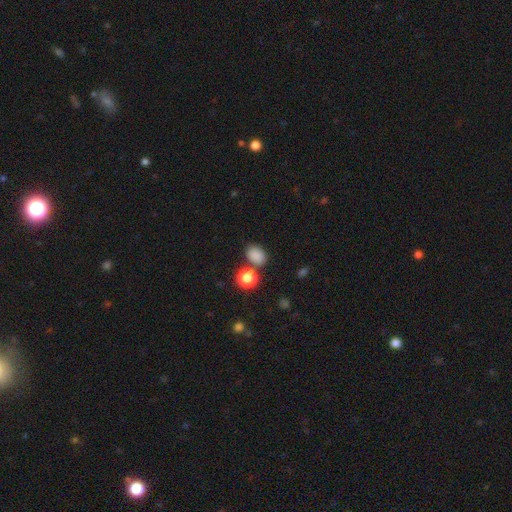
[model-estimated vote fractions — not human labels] Smooth or featured: smooth — 84% (star or artifact — 12%)
How rounded: in between — 65% (round — 34%)
Merging: none — 71% (merger — 13%)